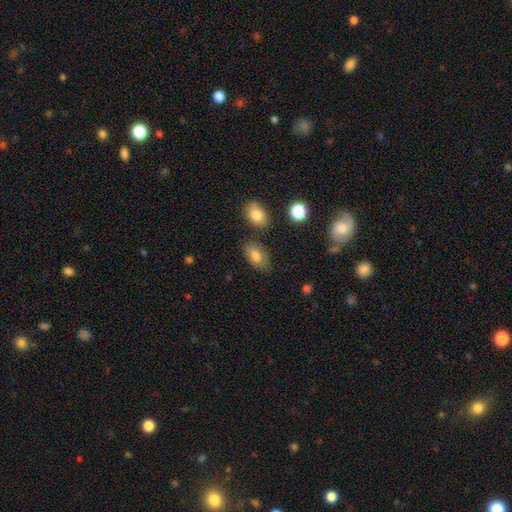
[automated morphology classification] smooth-or-featured: smooth: 79% | featured or disk: 12% | star or artifact: 9%
  how-rounded: in between: 91% | round: 7% | cigar-shaped: 2%
  merging: none: 76% | minor disturbance: 15% | merger: 6% | major disturbance: 4%